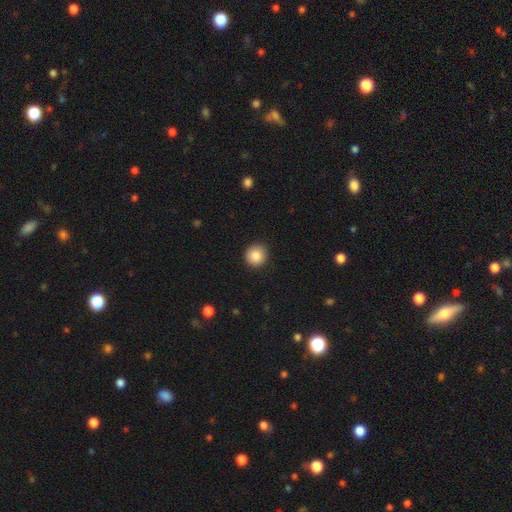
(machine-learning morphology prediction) This appears to be a smooth galaxy with no disk features (86%) that is round (92%). Merging: none (90%).